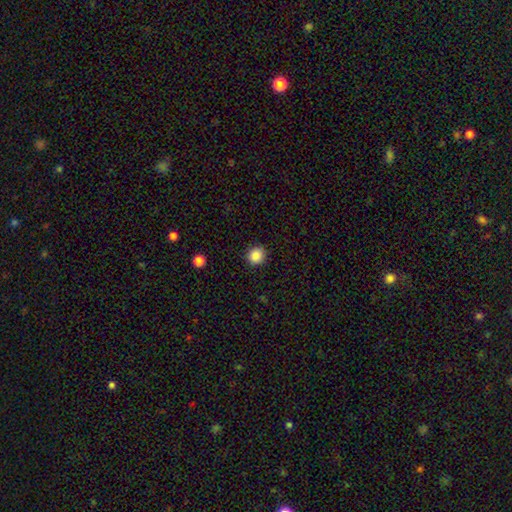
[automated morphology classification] smooth-or-featured: smooth: 87% | star or artifact: 10% | featured or disk: 3%
  how-rounded: round: 90% | in between: 9% | cigar-shaped: 1%
  merging: none: 90% | minor disturbance: 7% | major disturbance: 2% | merger: 1%